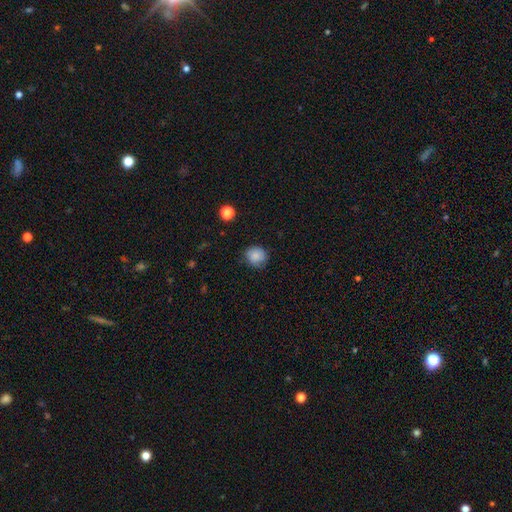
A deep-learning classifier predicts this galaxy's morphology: This is clearly a smooth galaxy (83%). How rounded: clearly round (82%). Merging: likely none (77%).